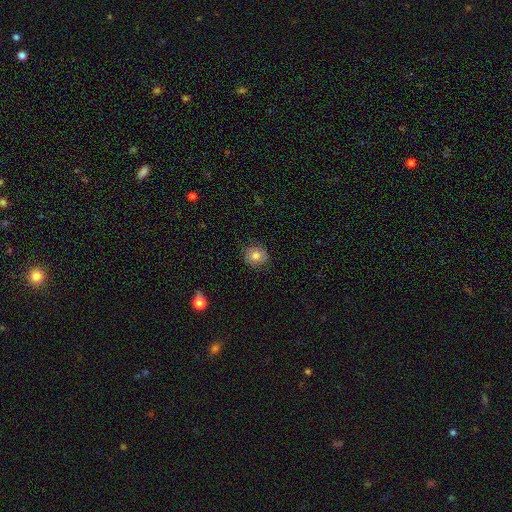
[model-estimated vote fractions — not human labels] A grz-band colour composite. It shows a smooth galaxy with no disk features (74%) that is round (81%). Merging: none (81%).